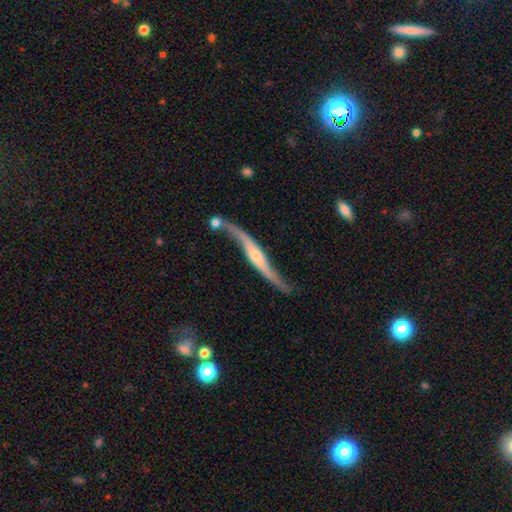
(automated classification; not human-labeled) Smooth or featured: featured or disk — 85% (smooth — 10%)
Edge-on disk: yes — 50% (tied with no — 50%)
Merging: none — 54% (minor disturbance — 22%)